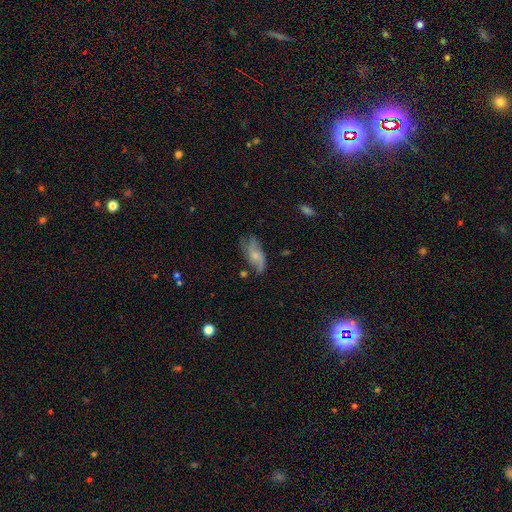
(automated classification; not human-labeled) The model was most divided on "smooth or featured": featured or disk: 47%, smooth: 44%, star or artifact: 9%. Remaining: merging — none (50%).